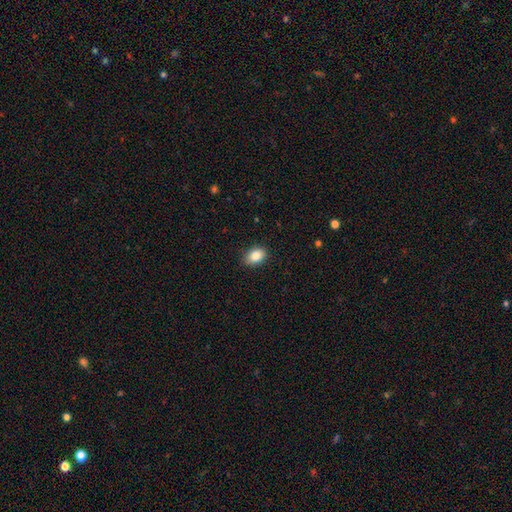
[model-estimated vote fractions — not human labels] smooth-or-featured: smooth: 86% | star or artifact: 8% | featured or disk: 6%
  how-rounded: in between: 80% | round: 19% | cigar-shaped: 1%
  merging: none: 84% | minor disturbance: 13% | major disturbance: 2% | merger: 1%